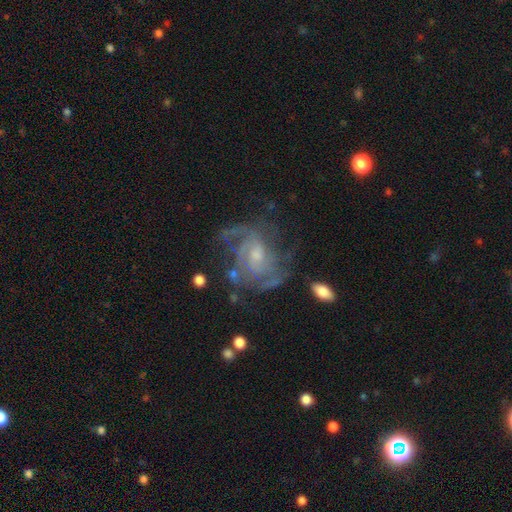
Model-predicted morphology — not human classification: A featured or disk galaxy (82%) with no bar (56%), medium (44%) spiral arms (88%) and a small central bulge (51%).

Vote fractions:
- Smooth or featured? featured or disk: 82% / smooth: 9% / star or artifact: 8%
- Edge-on disk? no: 97% / yes: 3%
- Bar? no: 56% / weak: 37% / strong: 6%
- Spiral arms? yes: 88% / no: 12%
- Spiral winding? medium: 44% / tight: 37% / loose: 19%
- Spiral arm count? can't tell: 34% / 2: 28% / 3: 19% / 4: 8% / 1: 6% / more than 4: 5%
- Bulge size? small: 51% / moderate: 38% / none: 7% / large: 3% / dominant: 1%
- Merging? none: 56% / major disturbance: 21% / minor disturbance: 20% / merger: 4%